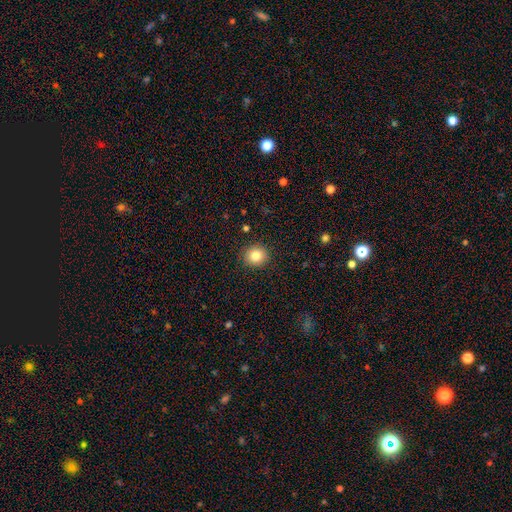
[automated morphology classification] Smooth or featured?
  - smooth: 83% *
  - star or artifact: 10%
  - featured or disk: 7%
How rounded?
  - round: 88% *
  - in between: 11%
  - cigar-shaped: 1%
Merging?
  - none: 91% *
  - minor disturbance: 6%
  - major disturbance: 2%
  - merger: 1%